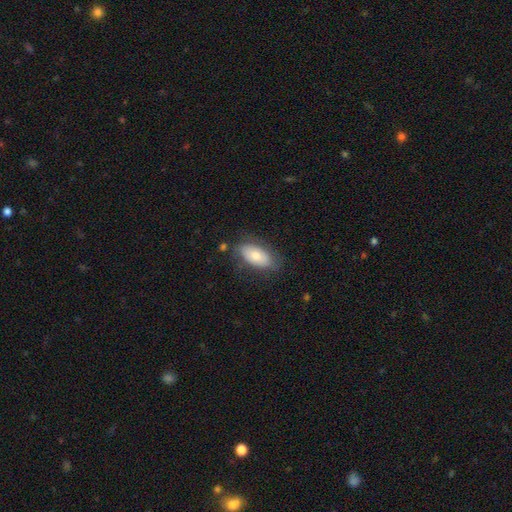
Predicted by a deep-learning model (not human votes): The model was most divided on "smooth or featured": smooth: 66%, featured or disk: 27%, star or artifact: 7%. More confident: how rounded — in between (90%); merging — none (72%).